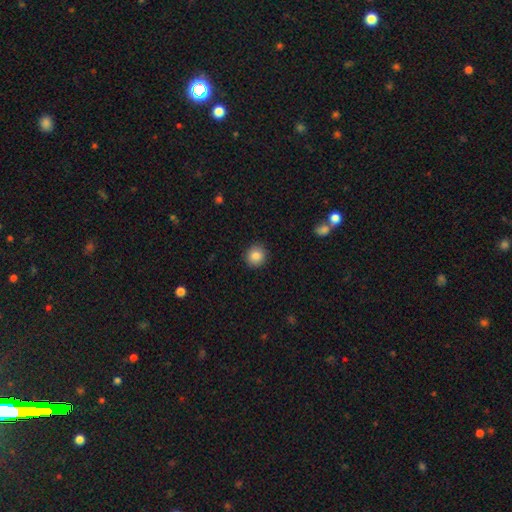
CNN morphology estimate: A smooth galaxy with no disk features (86%) that is round (89%). Merging: none (91%).